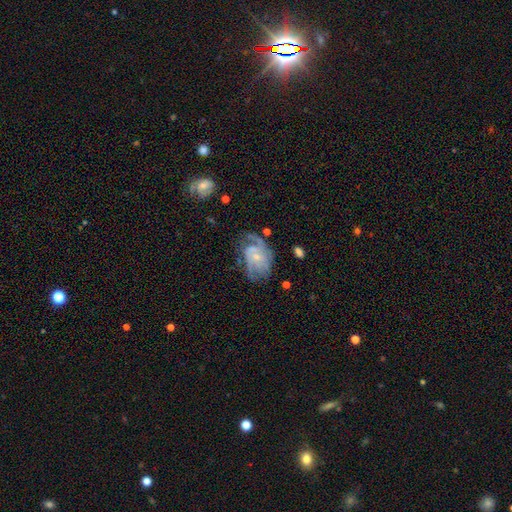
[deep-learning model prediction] A featured or disk galaxy (81%) with no bar (57%), 2 (39%) medium (43%) spiral arms (93%) and a small central bulge (71%).

Vote fractions:
- Smooth or featured? featured or disk: 81% / smooth: 12% / star or artifact: 7%
- Edge-on disk? no: 97% / yes: 3%
- Bar? no: 57% / weak: 37% / strong: 7%
- Spiral arms? yes: 93% / no: 7%
- Spiral winding? medium: 43% / tight: 41% / loose: 16%
- Spiral arm count? 2: 39% / can't tell: 26% / 3: 18% / 1: 7% / 4: 6% / more than 4: 5%
- Bulge size? small: 71% / moderate: 22% / none: 5% / large: 1% / dominant: 1%
- Merging? none: 58% / minor disturbance: 23% / major disturbance: 16% / merger: 3%